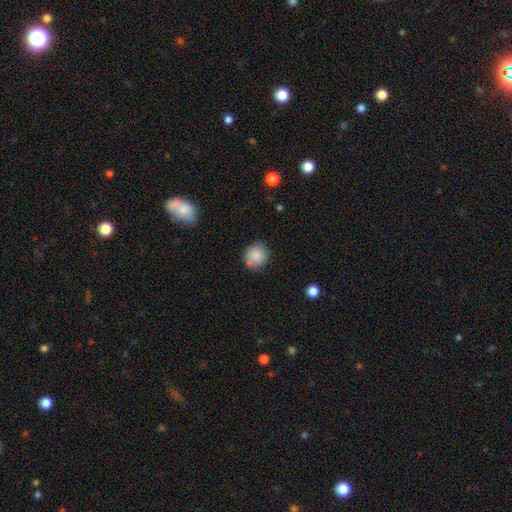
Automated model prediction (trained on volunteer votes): Morphology: type=smooth (86%); roundness=round (85%); merging=none (74%).